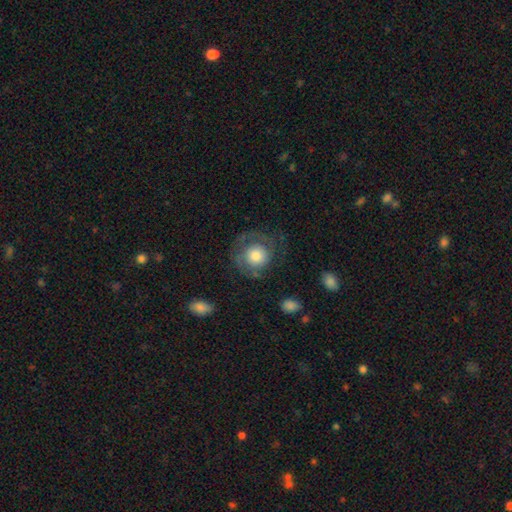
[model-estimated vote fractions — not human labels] This is possibly a featured or disk galaxy (50%). Merging: likely none (61%).